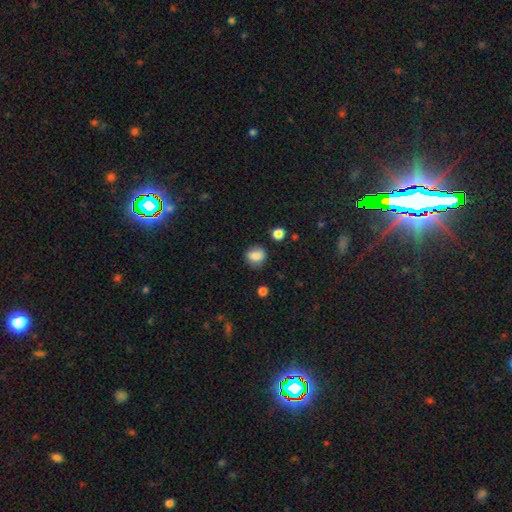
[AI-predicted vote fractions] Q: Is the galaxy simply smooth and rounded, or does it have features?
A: smooth — 81%.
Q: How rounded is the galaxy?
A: round — 73%.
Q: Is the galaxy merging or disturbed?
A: none — 77%.